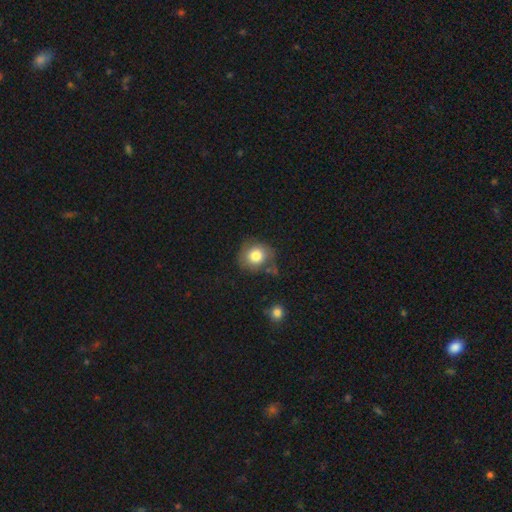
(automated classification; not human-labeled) The model was most divided on "merging": none: 66%, minor disturbance: 21%, major disturbance: 7%, merger: 6%. More confident: how rounded — round (81%); smooth or featured — smooth (80%).